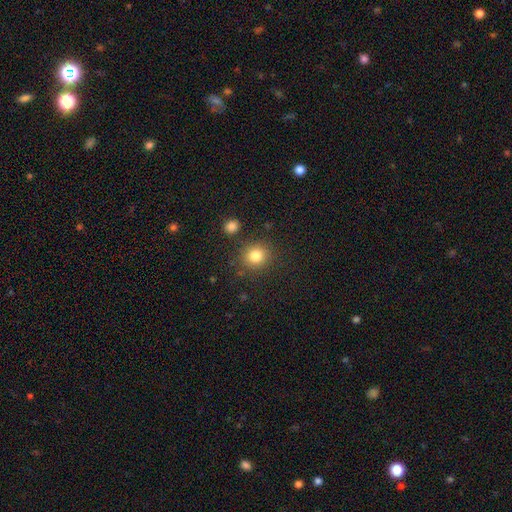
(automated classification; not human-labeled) Overall: smooth (82%). How rounded: round (87%). Merging: none (85%).